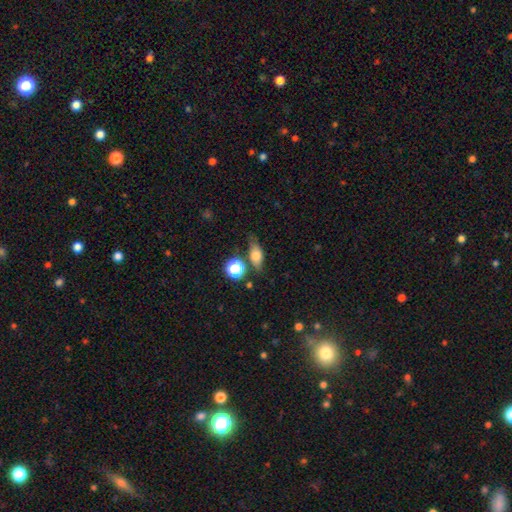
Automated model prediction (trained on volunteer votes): Smooth or featured? Predicted: smooth (p=0.65). How rounded? Predicted: in between (p=0.63). Merging? Predicted: none (p=0.64).